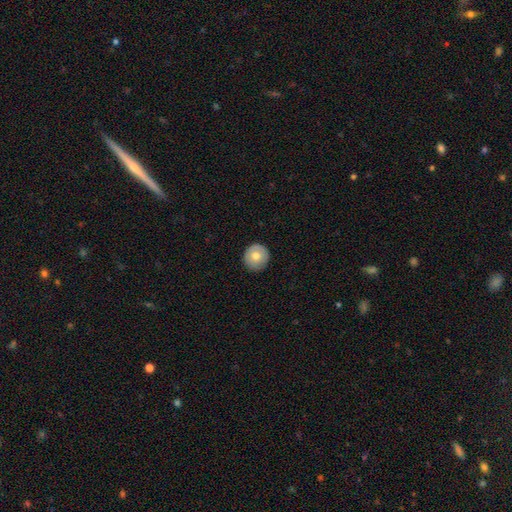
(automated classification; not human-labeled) Smooth or featured?
  - smooth: 70% *
  - featured or disk: 23%
  - star or artifact: 7%
How rounded?
  - round: 93% *
  - in between: 6%
  - cigar-shaped: 1%
Merging?
  - none: 88% *
  - minor disturbance: 9%
  - major disturbance: 2%
  - merger: 1%